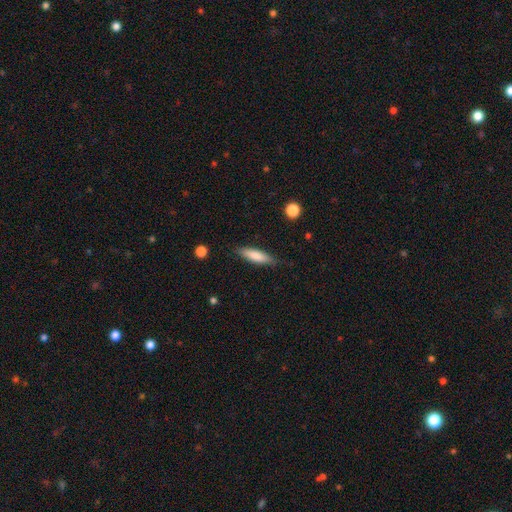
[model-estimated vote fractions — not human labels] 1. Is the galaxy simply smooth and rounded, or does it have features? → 77% smooth, 17% featured or disk, 6% star or artifact.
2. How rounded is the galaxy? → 70% cigar-shaped, 28% in between, 1% round.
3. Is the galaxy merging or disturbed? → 83% none, 13% minor disturbance, 3% major disturbance, 1% merger.